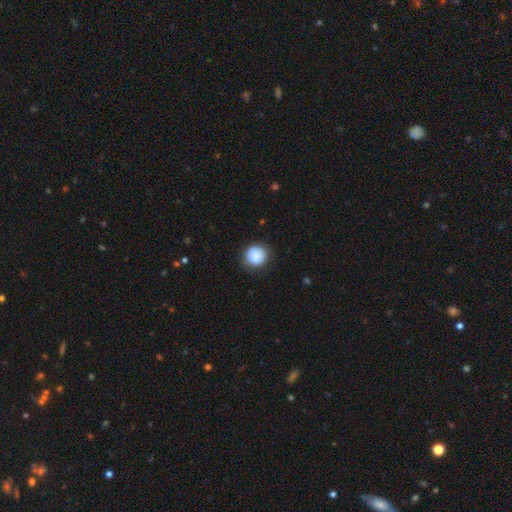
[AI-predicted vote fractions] Morphology: type=smooth (87%); roundness=round (93%); merging=none (86%).